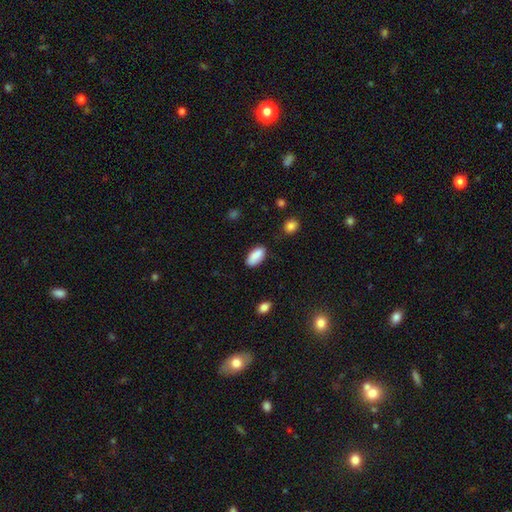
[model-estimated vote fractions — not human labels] Morphology: type=smooth (87%); roundness=in between (92%); merging=none (78%).